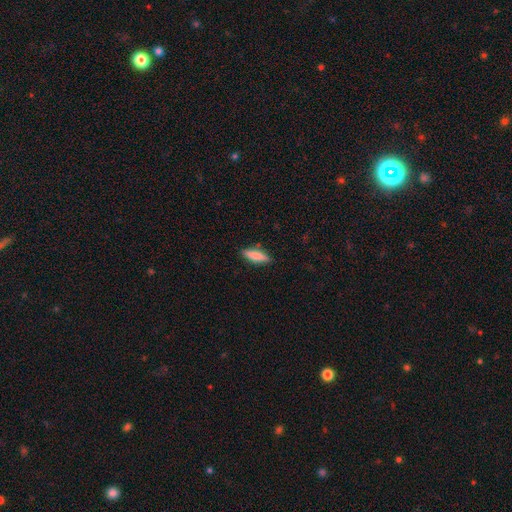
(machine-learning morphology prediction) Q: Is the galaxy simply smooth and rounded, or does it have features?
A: smooth — 78%.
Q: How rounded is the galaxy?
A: cigar-shaped — 65%.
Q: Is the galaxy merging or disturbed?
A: none — 86%.